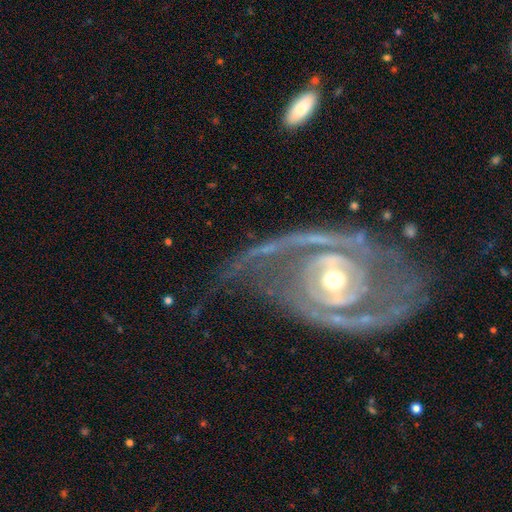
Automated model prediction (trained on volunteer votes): featured or disk 90%, star or artifact 5%, smooth 5%. Down the decision tree: edge-on disk — no (95%); bar — no (61%); spiral arms — yes (90%); spiral arm count — 2 (68%); spiral winding — tight (45%); bulge size — moderate (69%); merging — none (60%).